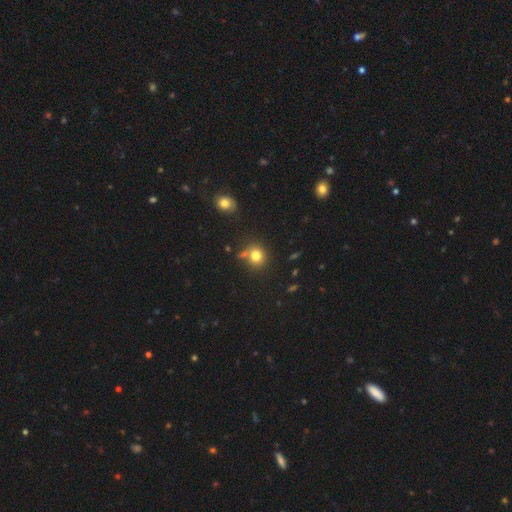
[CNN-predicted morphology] smooth 78%, star or artifact 14%, featured or disk 8%. Down the decision tree: how rounded — round (85%); merging — none (72%).